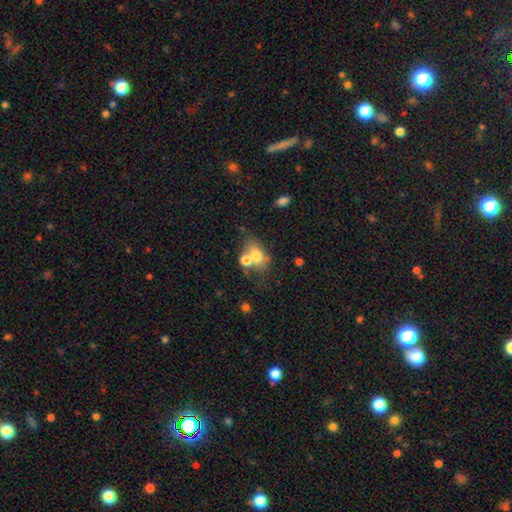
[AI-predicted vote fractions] Q: Smooth or featured?
A: smooth (68%); runner-up: featured or disk (22%)
Q: How rounded?
A: in between (72%); runner-up: round (26%)
Q: Merging?
A: merger (40%); runner-up: none (38%)